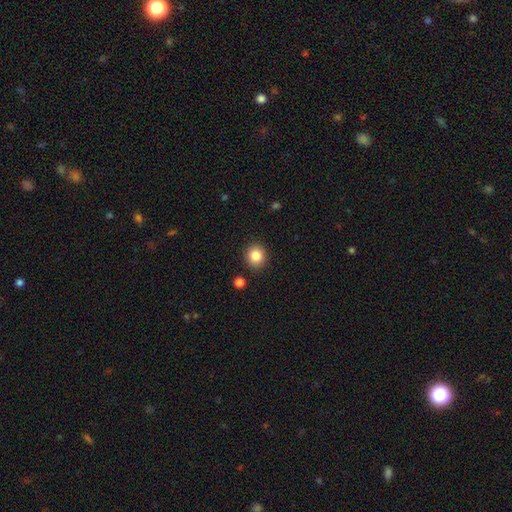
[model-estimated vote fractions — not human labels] smooth-or-featured: smooth: 85% | star or artifact: 10% | featured or disk: 5%
  how-rounded: round: 86% | in between: 13% | cigar-shaped: 1%
  merging: none: 89% | minor disturbance: 6% | merger: 2% | major disturbance: 2%